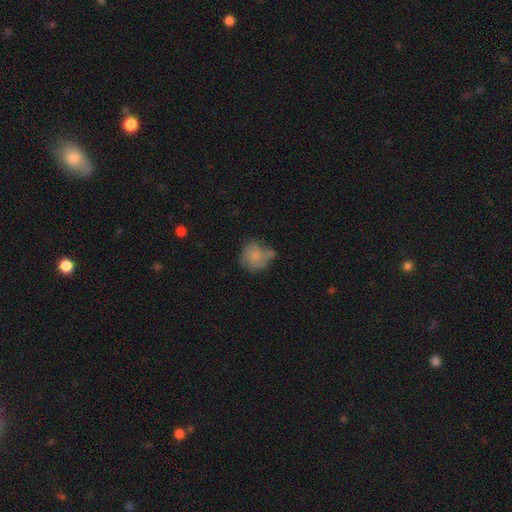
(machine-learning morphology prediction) Overall: smooth (70%). How rounded: round (84%). Merging: none (49%; minor disturbance 26%).